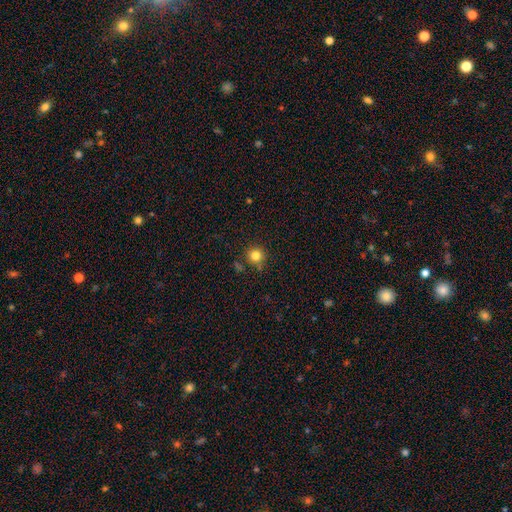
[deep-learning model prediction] A smooth galaxy with no disk features (81%) that is round (94%). Merging: none (84%).